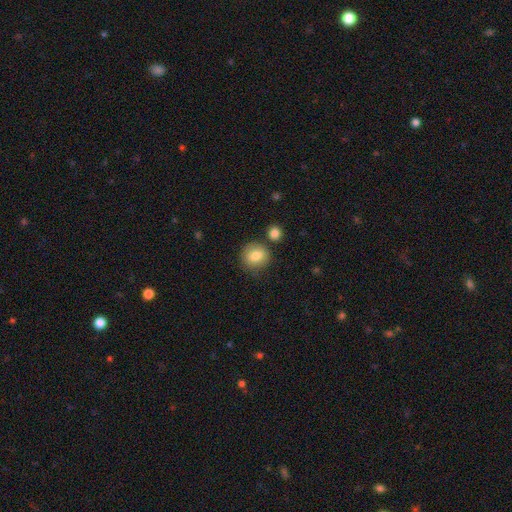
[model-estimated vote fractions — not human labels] A smooth galaxy with no disk features (81%) that is round (86%). Merging: none (77%).